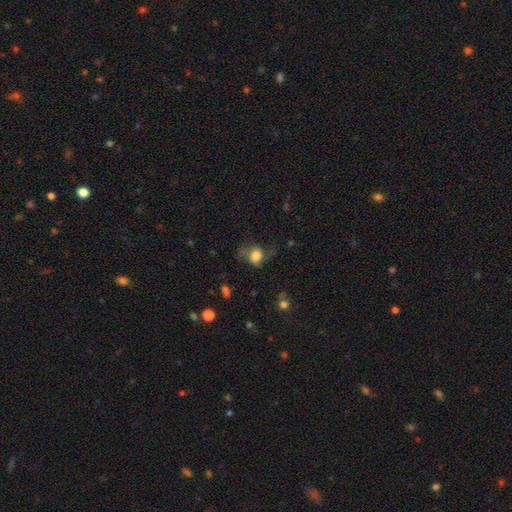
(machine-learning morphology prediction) A smooth galaxy with no disk features (61%) that is round (61%).

Vote fractions:
- Smooth or featured? smooth: 61% / featured or disk: 28% / star or artifact: 10%
- How rounded? round: 61% / in between: 38% / cigar-shaped: 2%
- Merging? none: 44% / major disturbance: 30% / minor disturbance: 24% / merger: 3%